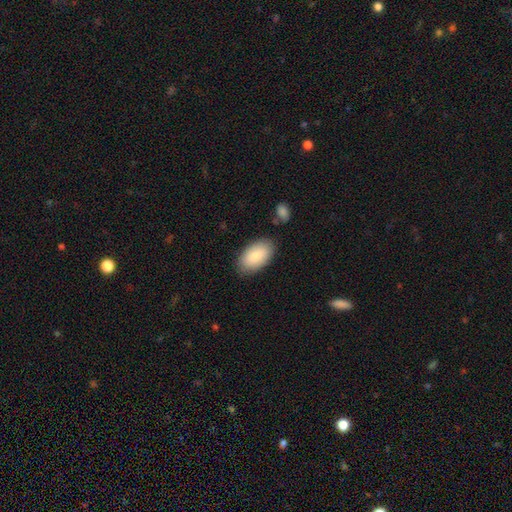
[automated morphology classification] The model was most divided on "merging": none: 83%, minor disturbance: 12%, major disturbance: 3%, merger: 2%. More confident: how rounded — in between (96%); smooth or featured — smooth (86%).